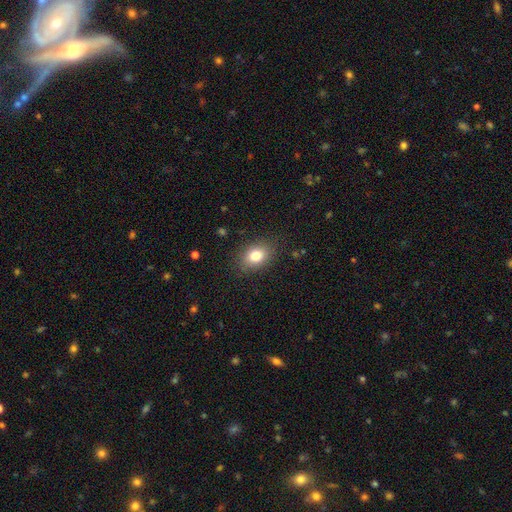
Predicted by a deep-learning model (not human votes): Smooth or featured? smooth (80%)
How rounded? in between (68%)
Merging? none (85%)